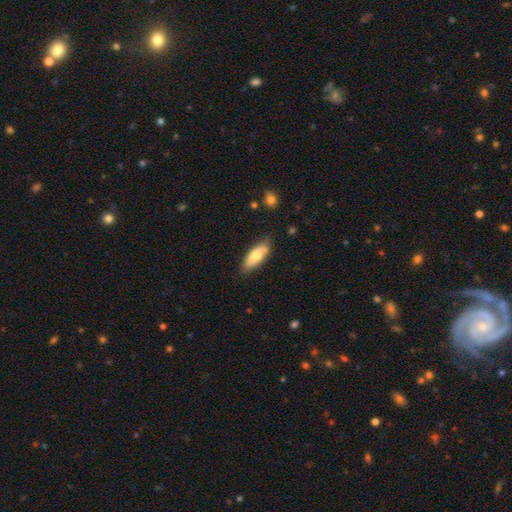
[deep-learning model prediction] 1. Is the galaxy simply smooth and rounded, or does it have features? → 75% smooth, 19% featured or disk, 6% star or artifact.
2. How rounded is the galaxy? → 75% in between, 23% cigar-shaped, 2% round.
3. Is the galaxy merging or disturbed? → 73% none, 21% minor disturbance, 3% major disturbance, 3% merger.